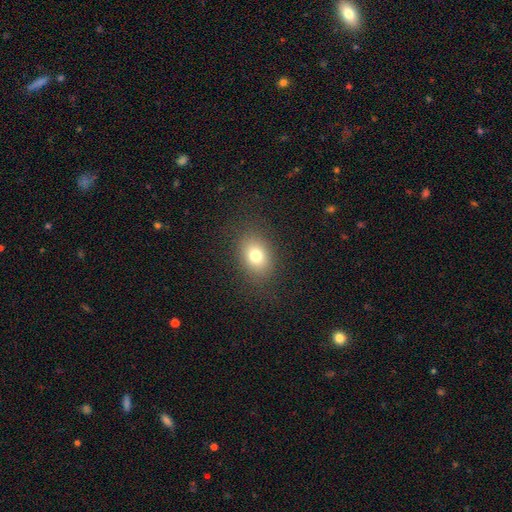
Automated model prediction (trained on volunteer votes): Smooth or featured?
  - smooth: 77% *
  - star or artifact: 13%
  - featured or disk: 11%
How rounded?
  - in between: 66% *
  - round: 32%
  - cigar-shaped: 1%
Merging?
  - none: 84% *
  - minor disturbance: 10%
  - major disturbance: 5%
  - merger: 1%